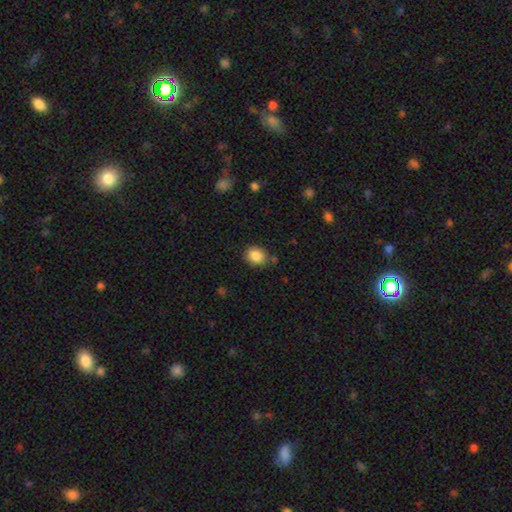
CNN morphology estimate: Smooth or featured? smooth (86%)
How rounded? round (61%)
Merging? none (80%)